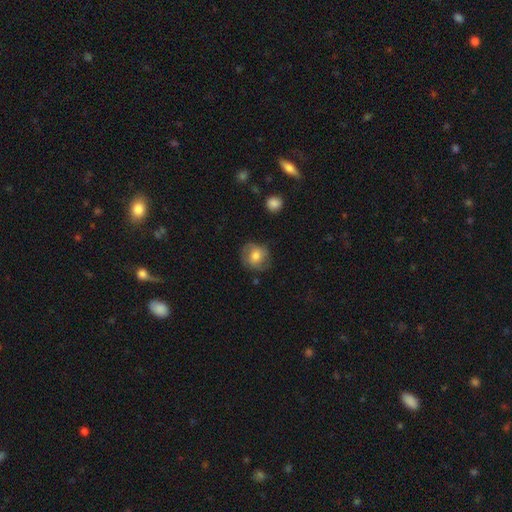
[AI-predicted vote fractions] The model was most divided on "smooth or featured": smooth: 61%, featured or disk: 31%, star or artifact: 8%. More confident: how rounded — round (79%); merging — none (70%).